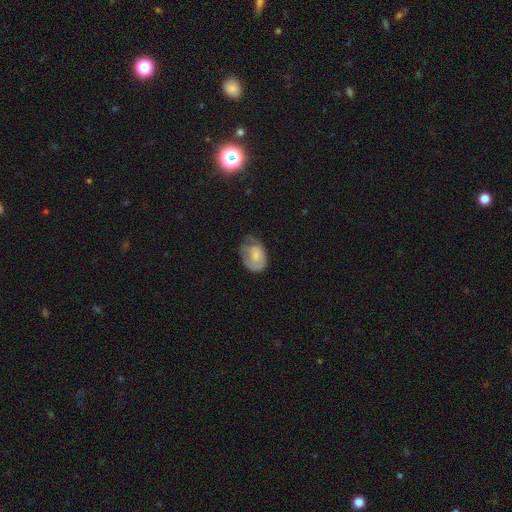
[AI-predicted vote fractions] Smooth or featured?
  - smooth: 63% *
  - featured or disk: 29%
  - star or artifact: 8%
How rounded?
  - in between: 77% *
  - round: 22%
  - cigar-shaped: 1%
Merging?
  - minor disturbance: 37% *
  - none: 36%
  - major disturbance: 25%
  - merger: 2%